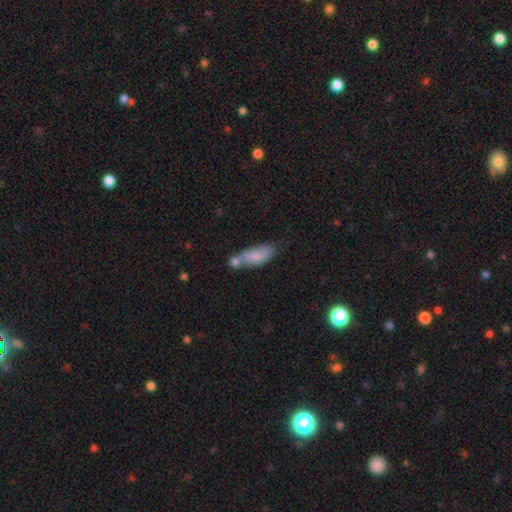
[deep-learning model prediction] Morphology: type=smooth (77%); roundness=in between (72%); merging=none (40%).